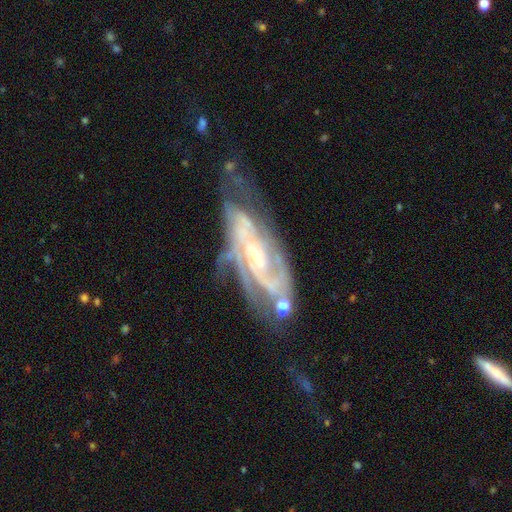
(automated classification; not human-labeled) Smooth or featured? Predicted: featured or disk (p=0.89). Edge-on disk? Predicted: no (p=0.93). Bar? Predicted: no (p=0.43). Spiral arms? Predicted: yes (p=0.97). Spiral winding? Predicted: tight (p=0.53). Spiral arm count? Predicted: 2 (p=0.34). Bulge size? Predicted: small (p=0.67). Merging? Predicted: none (p=0.55).